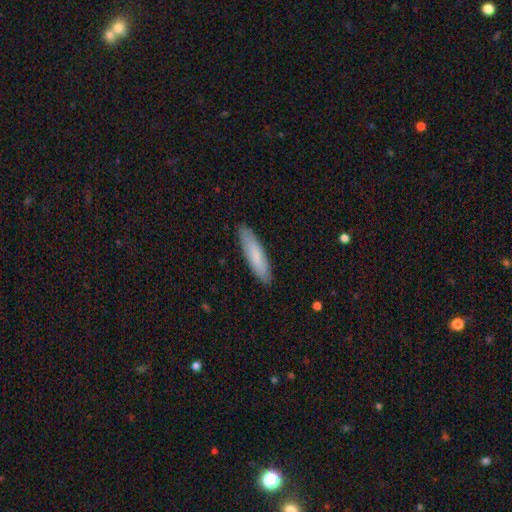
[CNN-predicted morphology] This appears to be a smooth galaxy with no disk features (76%) that is cigar-shaped (70%). Merging: none (88%).